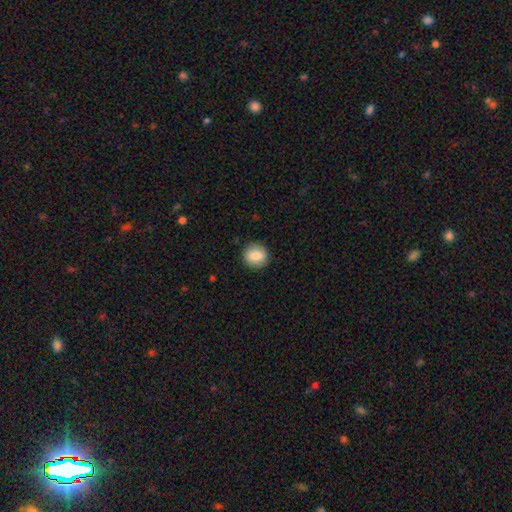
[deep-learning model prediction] Smooth or featured? Predicted: smooth (p=0.84). How rounded? Predicted: round (p=0.86). Merging? Predicted: none (p=0.89).